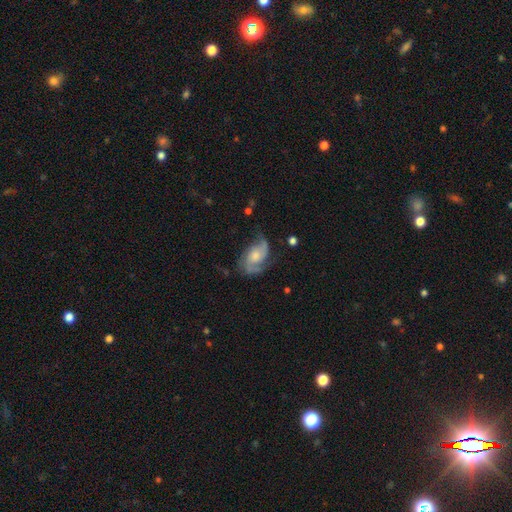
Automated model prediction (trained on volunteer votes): A featured or disk galaxy (80%) with no bar (67%), 2 (81%) medium (47%) spiral arms (95%) and a moderate central bulge (48%). Merging: none (59%).